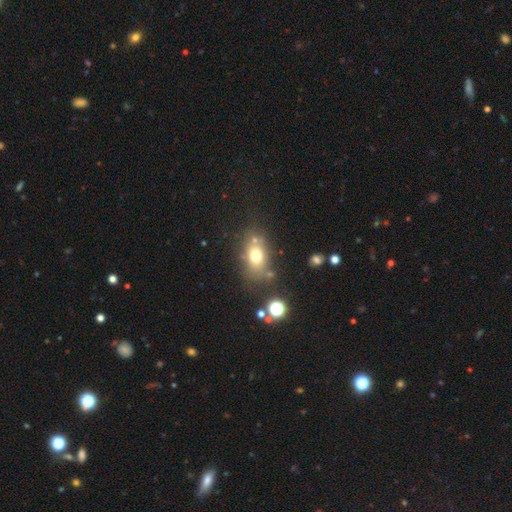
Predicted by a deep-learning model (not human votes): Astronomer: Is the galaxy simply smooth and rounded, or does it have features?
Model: smooth — 70%.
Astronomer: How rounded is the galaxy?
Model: in between — 67%.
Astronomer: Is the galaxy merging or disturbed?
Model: none — 66%.